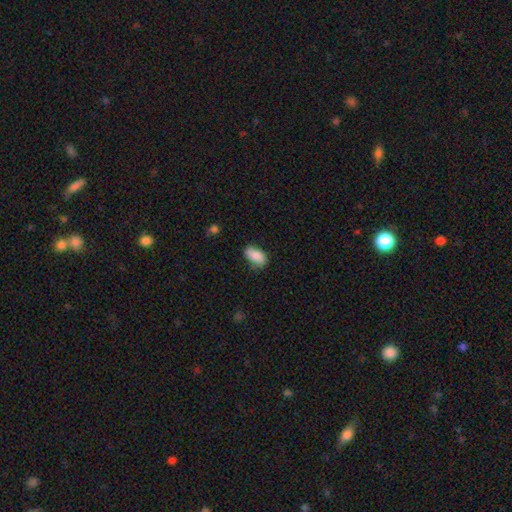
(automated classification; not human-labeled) Smooth or featured? smooth (81%)
How rounded? in between (92%)
Merging? none (68%)